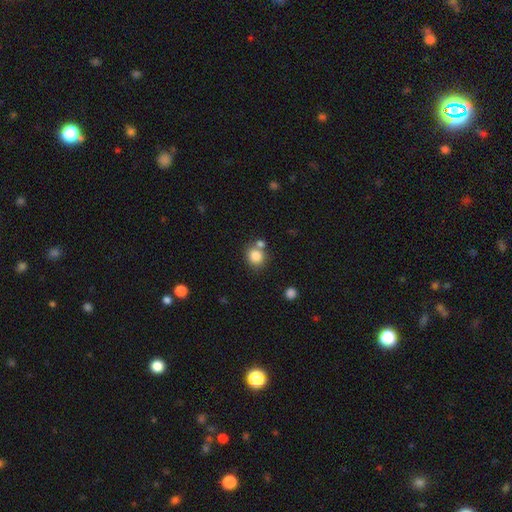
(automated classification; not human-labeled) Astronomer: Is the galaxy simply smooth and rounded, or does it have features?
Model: smooth — 83%.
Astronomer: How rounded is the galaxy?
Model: round — 81%.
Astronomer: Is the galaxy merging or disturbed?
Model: none — 62%.